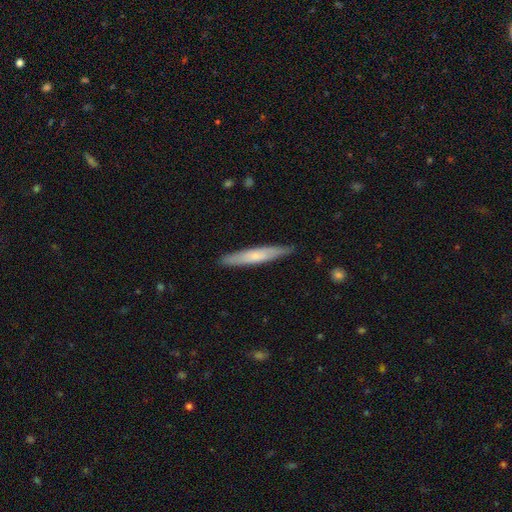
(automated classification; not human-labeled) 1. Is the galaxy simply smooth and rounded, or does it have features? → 56% smooth, 39% featured or disk, 5% star or artifact.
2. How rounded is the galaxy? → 92% cigar-shaped, 6% in between, 1% round.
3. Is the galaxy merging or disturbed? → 87% none, 11% minor disturbance, 2% major disturbance, 1% merger.